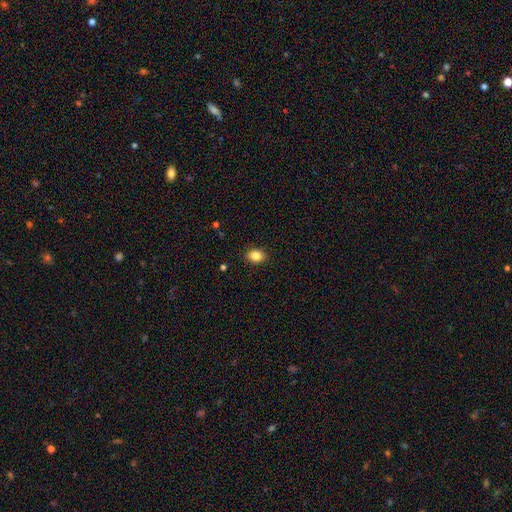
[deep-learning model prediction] Smooth or featured? Predicted: smooth (p=0.86). How rounded? Predicted: in between (p=0.69). Merging? Predicted: none (p=0.89).